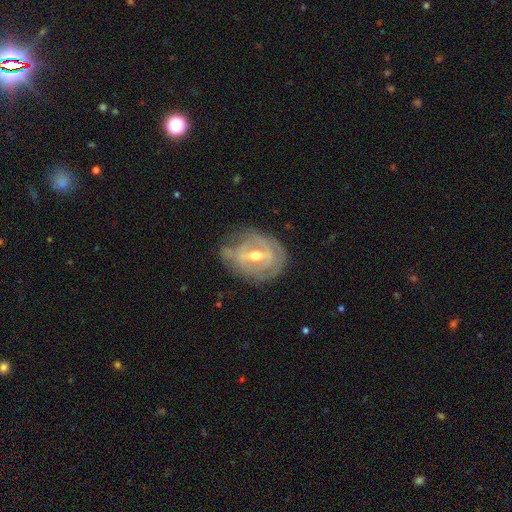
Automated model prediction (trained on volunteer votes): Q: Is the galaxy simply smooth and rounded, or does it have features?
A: featured or disk — 79%.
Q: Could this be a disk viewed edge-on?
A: no — 94%.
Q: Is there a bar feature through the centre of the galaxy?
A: weak — 42%.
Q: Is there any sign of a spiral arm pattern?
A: yes — 63%.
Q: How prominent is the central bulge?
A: moderate — 72%.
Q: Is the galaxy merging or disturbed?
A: none — 60%.